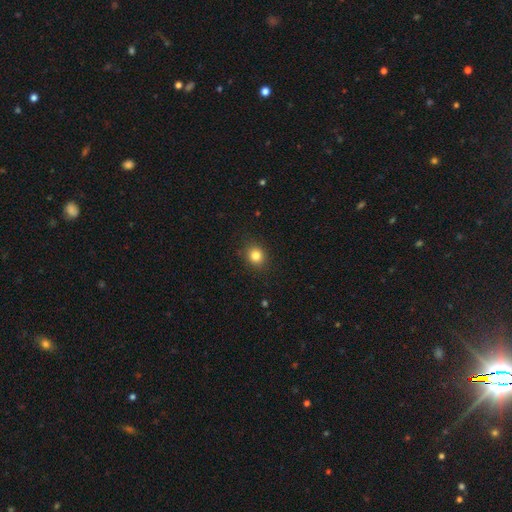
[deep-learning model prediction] This appears to be a smooth galaxy with no disk features (82%) that is round (74%). Merging: none (88%).